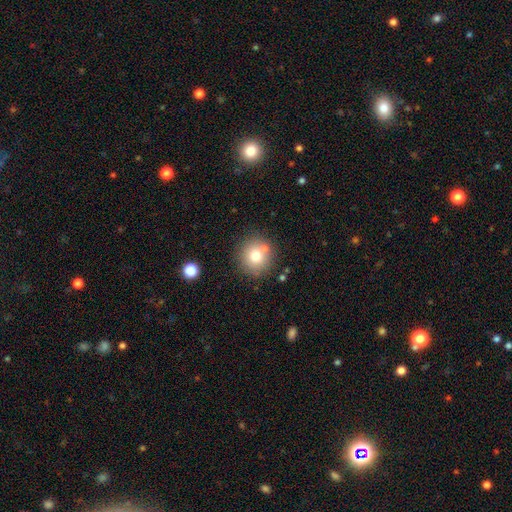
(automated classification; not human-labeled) This is likely a smooth galaxy (72%). How rounded: clearly round (92%). Merging: likely none (75%).